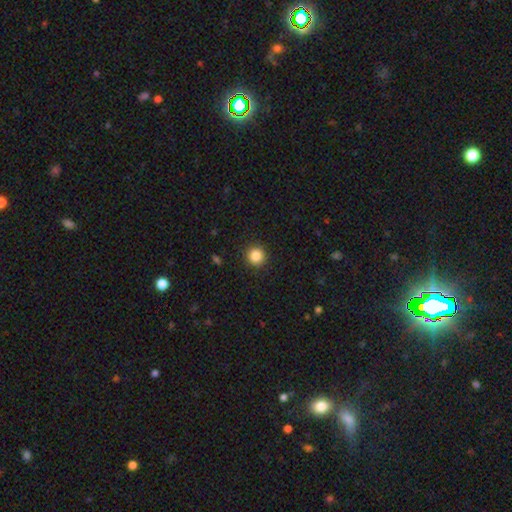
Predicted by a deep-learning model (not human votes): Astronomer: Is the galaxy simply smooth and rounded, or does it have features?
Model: smooth — 86%.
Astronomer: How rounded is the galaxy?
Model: round — 94%.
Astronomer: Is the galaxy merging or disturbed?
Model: none — 92%.